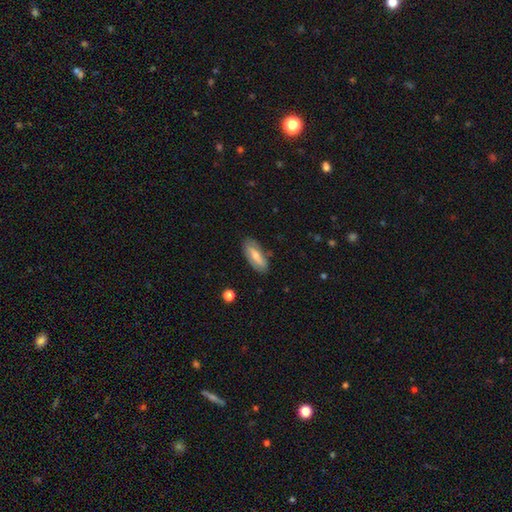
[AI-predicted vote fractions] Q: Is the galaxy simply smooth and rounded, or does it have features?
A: smooth — 49%.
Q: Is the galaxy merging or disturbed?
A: none — 82%.